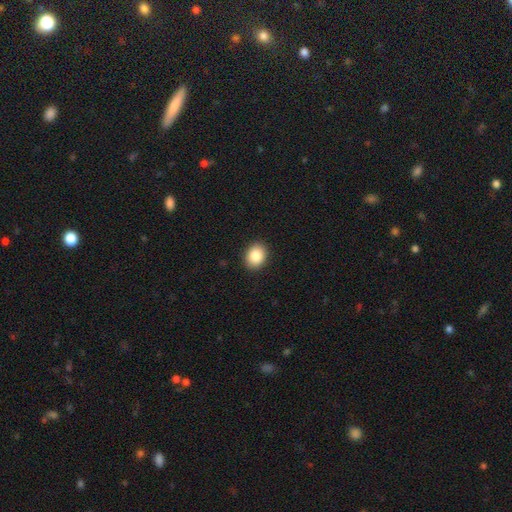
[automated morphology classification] A smooth galaxy with no disk features (87%) that is in between round and cigar-shaped (53%). Merging: none (90%).